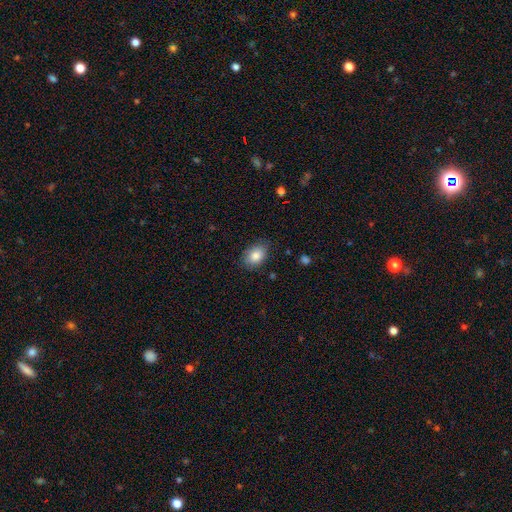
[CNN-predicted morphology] Smooth or featured? smooth (84%)
How rounded? in between (77%)
Merging? none (79%)